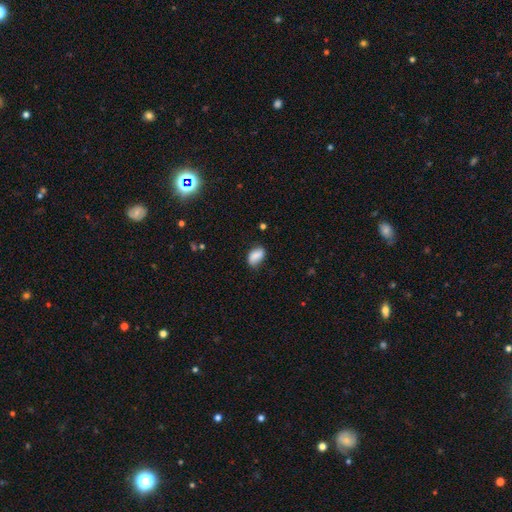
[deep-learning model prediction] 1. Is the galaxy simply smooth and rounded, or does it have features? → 82% smooth, 11% featured or disk, 8% star or artifact.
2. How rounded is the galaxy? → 90% in between, 8% round, 2% cigar-shaped.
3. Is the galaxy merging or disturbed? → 67% none, 25% minor disturbance, 5% major disturbance, 2% merger.